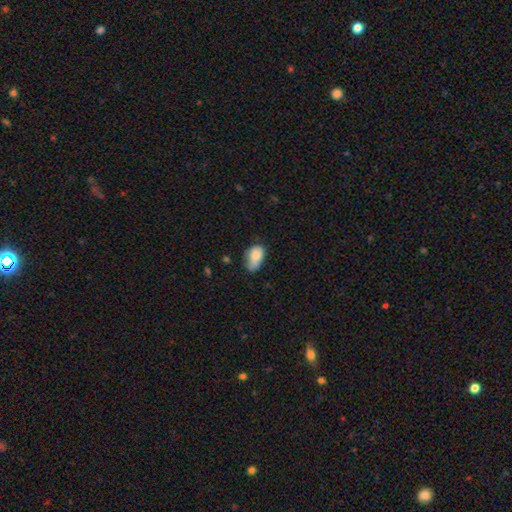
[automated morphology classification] Smooth or featured?
  - smooth: 81% *
  - featured or disk: 11%
  - star or artifact: 8%
How rounded?
  - in between: 87% *
  - round: 11%
  - cigar-shaped: 2%
Merging?
  - minor disturbance: 41% *
  - none: 37%
  - major disturbance: 13%
  - merger: 9%